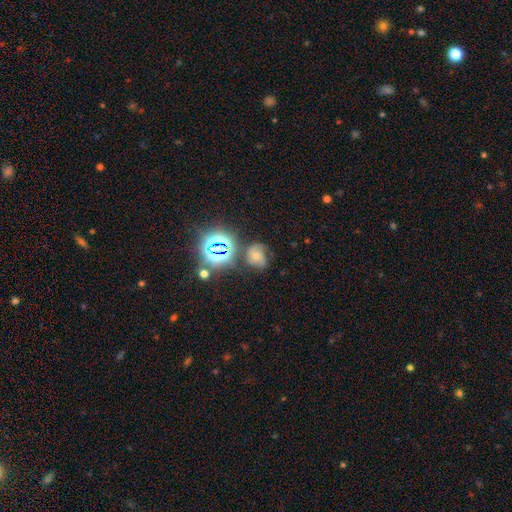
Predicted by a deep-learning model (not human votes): Smooth or featured?
  - featured or disk: 36% *
  - smooth: 35%
  - star or artifact: 29%
Merging?
  - none: 54% *
  - minor disturbance: 27%
  - major disturbance: 15%
  - merger: 5%